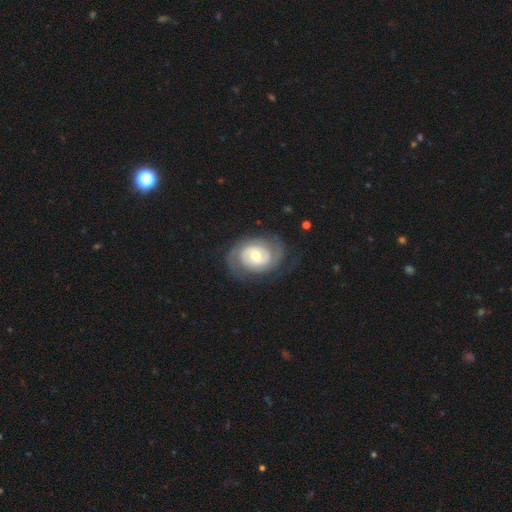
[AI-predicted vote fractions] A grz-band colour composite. It shows a featured or disk galaxy (73%) with no bar (54%), 2 (63%) tight (56%) spiral arms (77%) and a moderate central bulge (68%). Merging: none (70%).